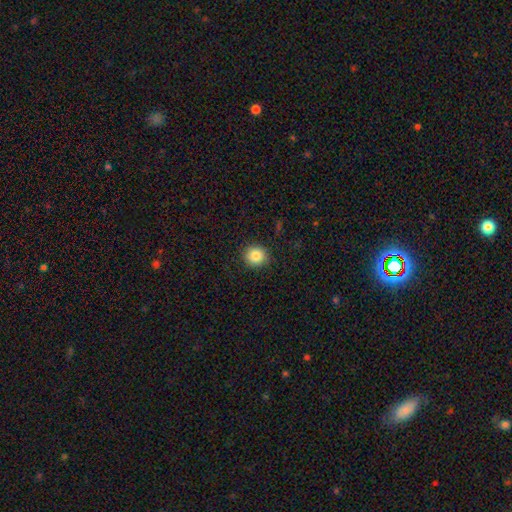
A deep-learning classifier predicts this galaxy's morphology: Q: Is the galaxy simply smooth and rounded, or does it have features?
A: smooth — 85%.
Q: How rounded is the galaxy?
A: round — 90%.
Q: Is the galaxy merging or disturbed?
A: none — 91%.